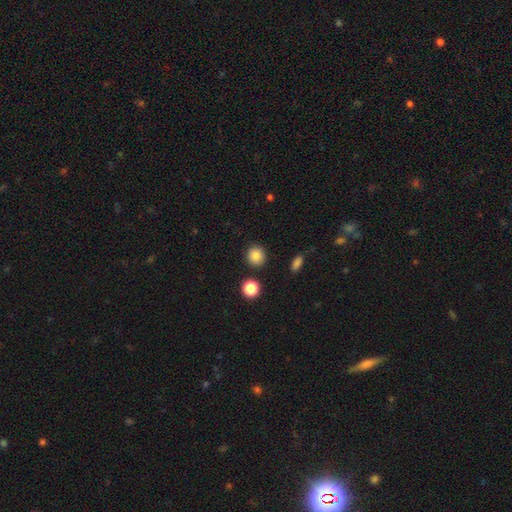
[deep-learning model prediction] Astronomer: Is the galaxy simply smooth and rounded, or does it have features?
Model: smooth — 85%.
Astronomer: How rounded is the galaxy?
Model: round — 91%.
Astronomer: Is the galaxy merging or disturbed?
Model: none — 90%.